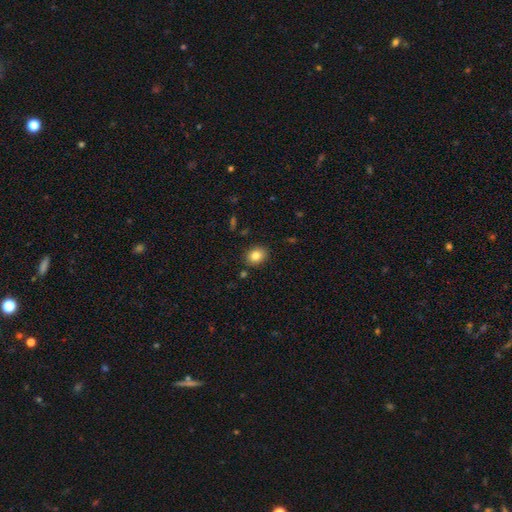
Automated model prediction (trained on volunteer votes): The model was most divided on "how rounded": round: 50%, in between: 49%, cigar-shaped: 1%. More confident: merging — none (87%); smooth or featured — smooth (84%).